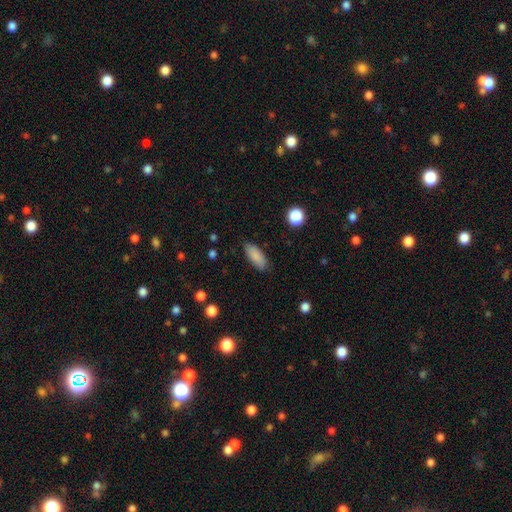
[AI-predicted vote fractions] The model was most divided on "how rounded": in between: 80%, cigar-shaped: 18%, round: 2%. More confident: smooth or featured — smooth (88%); merging — none (85%).